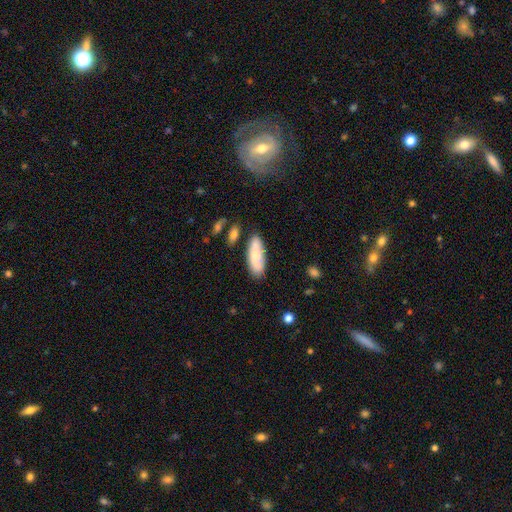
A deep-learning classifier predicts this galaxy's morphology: This appears to be a smooth galaxy with no disk features (75%) that is in between round and cigar-shaped (72%). Merging: none (76%).